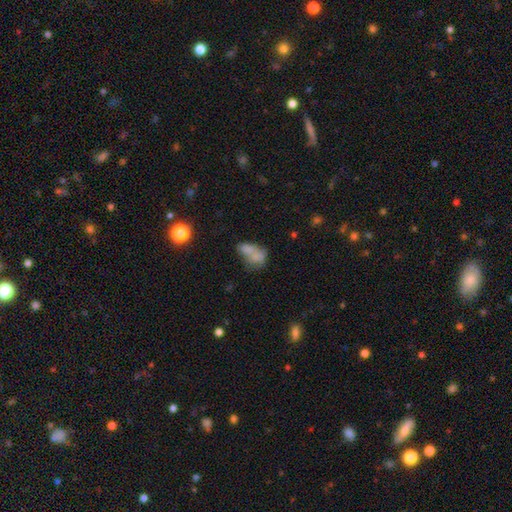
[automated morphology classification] Smooth or featured: smooth — 67% (featured or disk — 22%)
How rounded: in between — 76% (round — 21%)
Merging: merger — 56% (none — 22%)